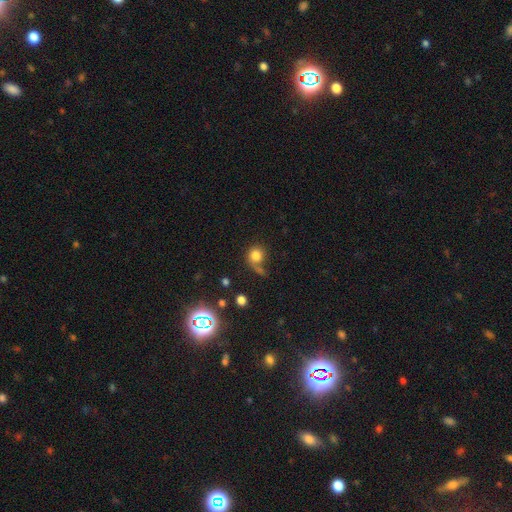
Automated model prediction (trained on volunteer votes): Smooth or featured?
  - smooth: 78% *
  - star or artifact: 12%
  - featured or disk: 10%
How rounded?
  - round: 85% *
  - in between: 14%
  - cigar-shaped: 1%
Merging?
  - none: 49% *
  - merger: 20%
  - minor disturbance: 16%
  - major disturbance: 15%